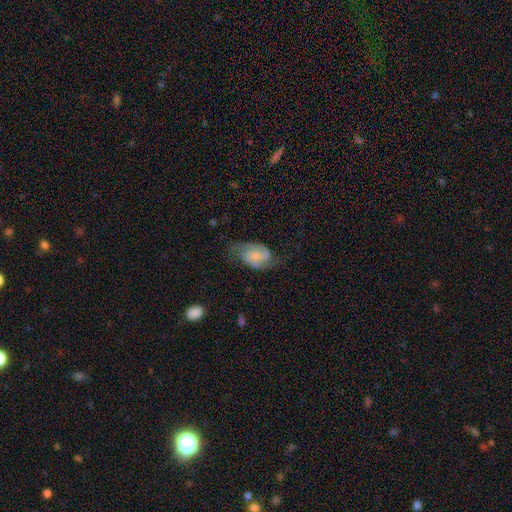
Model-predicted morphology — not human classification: Smooth or featured? Predicted: featured or disk (p=0.63). Edge-on disk? Predicted: no (p=0.97). Bar? Predicted: no (p=0.54). Spiral arms? Predicted: yes (p=0.92). Spiral winding? Predicted: medium (p=0.47). Spiral arm count? Predicted: 2 (p=0.81). Bulge size? Predicted: small (p=0.45). Merging? Predicted: none (p=0.54).